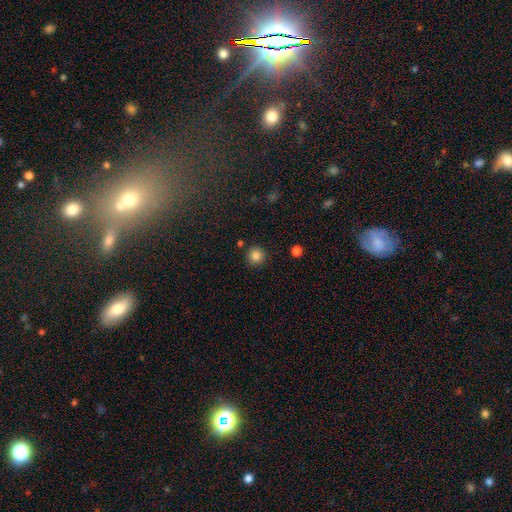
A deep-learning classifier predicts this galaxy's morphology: Smooth or featured? smooth (85%)
How rounded? round (95%)
Merging? none (90%)